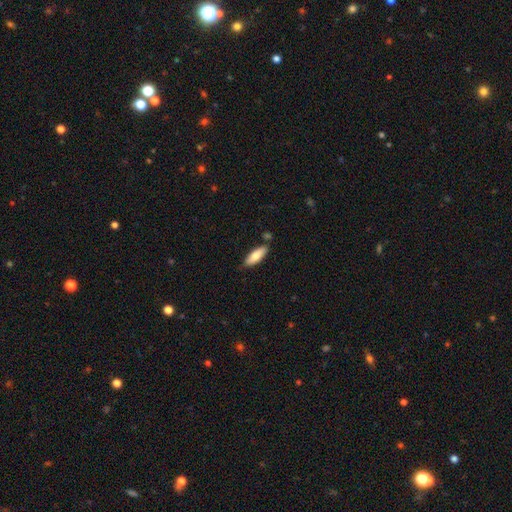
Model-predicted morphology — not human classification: A smooth galaxy with no disk features (78%) that is in between round and cigar-shaped (65%).

Vote fractions:
- Smooth or featured? smooth: 78% / featured or disk: 16% / star or artifact: 6%
- How rounded? in between: 65% / cigar-shaped: 34% / round: 2%
- Merging? none: 81% / minor disturbance: 13% / merger: 4% / major disturbance: 2%